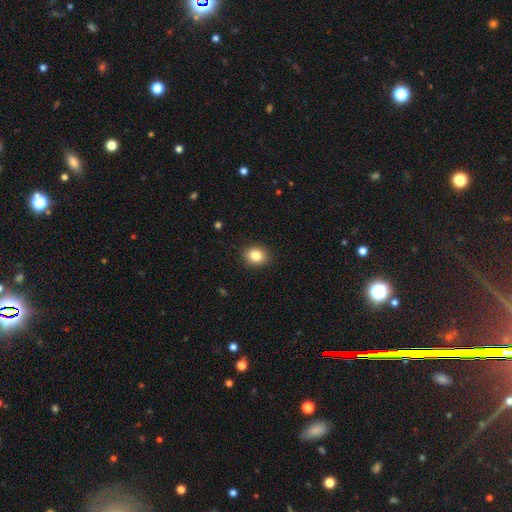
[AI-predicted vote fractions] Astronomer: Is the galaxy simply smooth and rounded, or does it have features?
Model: smooth — 84%.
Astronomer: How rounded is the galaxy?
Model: round — 63%.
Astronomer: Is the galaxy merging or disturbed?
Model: none — 90%.